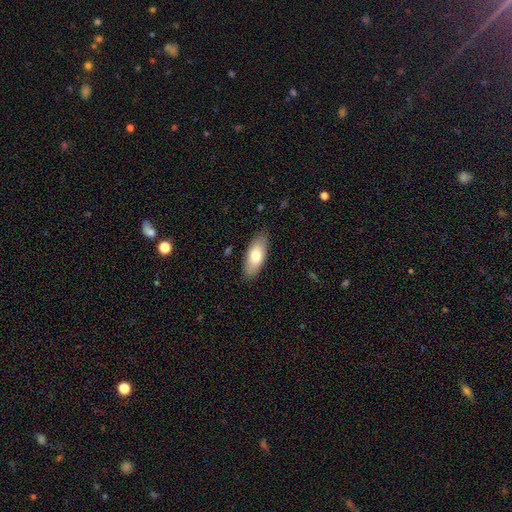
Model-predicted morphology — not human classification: type=smooth (74%); roundness=in between (82%); merging=none (85%).